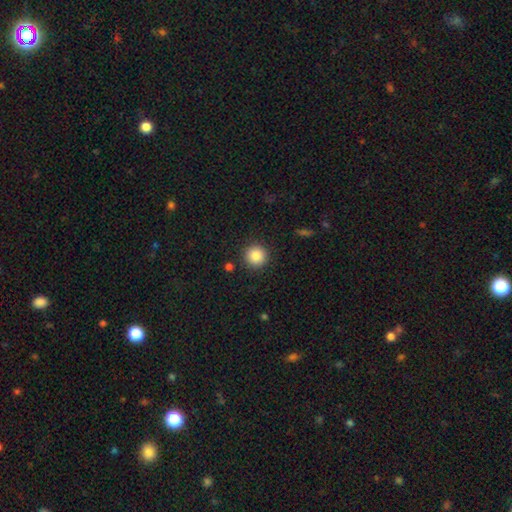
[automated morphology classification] Smooth or featured? smooth (87%)
How rounded? round (94%)
Merging? none (90%)